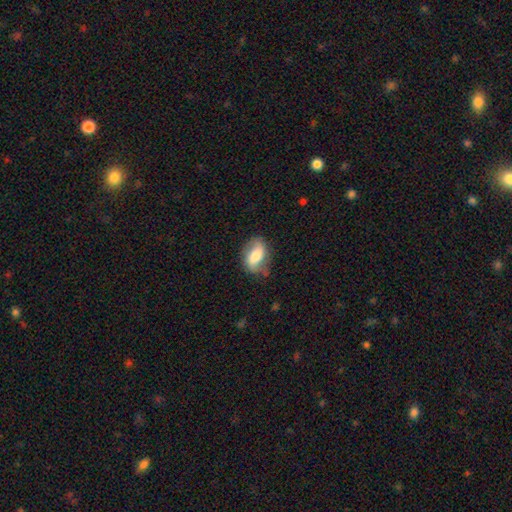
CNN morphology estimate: Overall: smooth (49%; featured or disk 43%). Merging: none (67%).